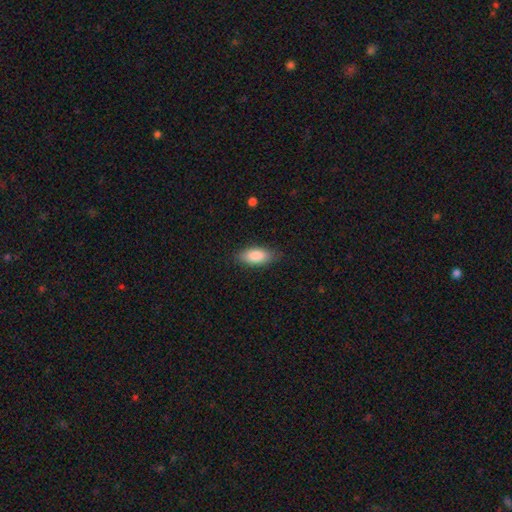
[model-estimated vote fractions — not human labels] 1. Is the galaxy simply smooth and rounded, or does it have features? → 87% smooth, 7% featured or disk, 6% star or artifact.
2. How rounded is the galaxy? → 86% in between, 11% cigar-shaped, 2% round.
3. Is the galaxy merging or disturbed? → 81% none, 15% minor disturbance, 3% major disturbance, 1% merger.